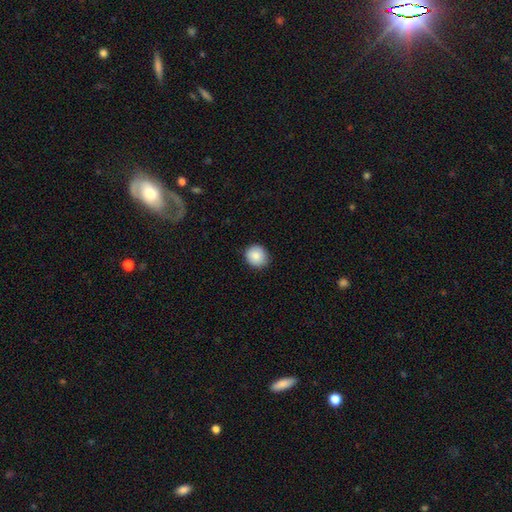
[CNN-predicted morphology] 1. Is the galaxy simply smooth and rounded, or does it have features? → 87% smooth, 8% star or artifact, 5% featured or disk.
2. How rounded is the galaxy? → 85% round, 14% in between, 1% cigar-shaped.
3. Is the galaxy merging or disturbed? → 87% none, 10% minor disturbance, 2% major disturbance, 1% merger.